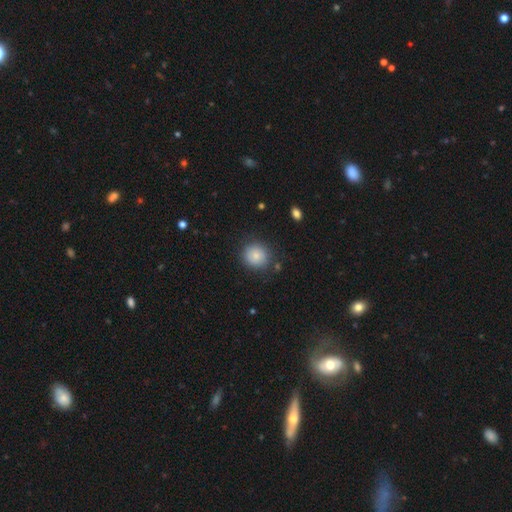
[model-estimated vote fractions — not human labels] This appears to be a smooth galaxy with no disk features (82%) that is round (89%). Merging: none (83%).